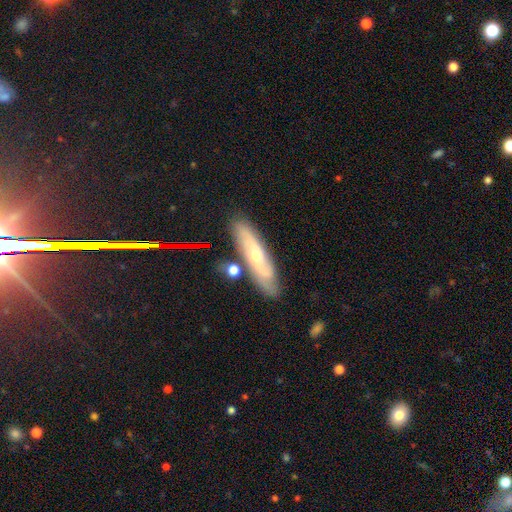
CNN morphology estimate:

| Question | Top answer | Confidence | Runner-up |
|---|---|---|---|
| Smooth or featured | featured or disk | 61% | smooth (31%) |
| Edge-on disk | no | 64% | yes (36%) |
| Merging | none | 78% | minor disturbance (13%) |